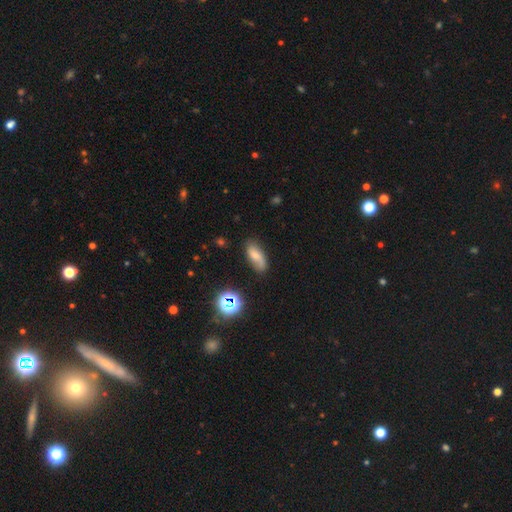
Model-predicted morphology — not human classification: smooth_or_featured: smooth (p=0.54) [alt: featured or disk p=0.34]
how_rounded: in between (p=0.81) [alt: cigar-shaped p=0.14]
merging: none (p=0.68) [alt: minor disturbance p=0.22]